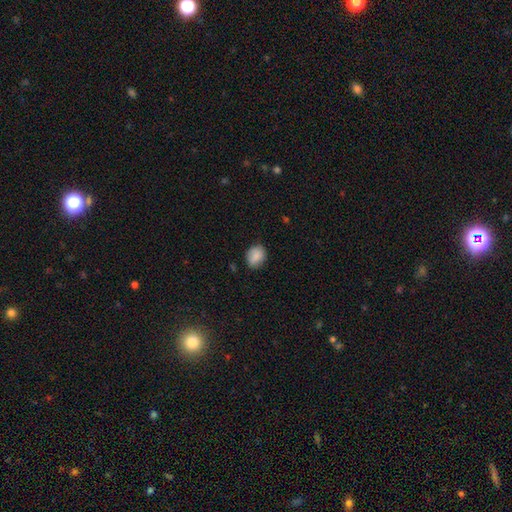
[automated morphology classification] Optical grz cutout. It shows a smooth galaxy with no disk features (87%) that is in between round and cigar-shaped (50%). Merging: none (79%).